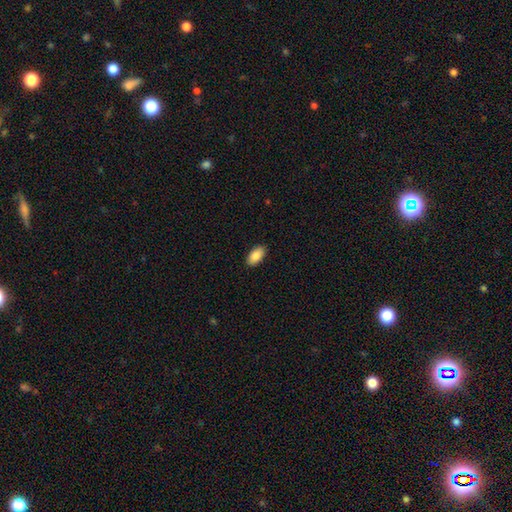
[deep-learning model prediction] smooth 87%, star or artifact 7%, featured or disk 6%. Down the decision tree: how rounded — in between (94%); merging — none (89%).